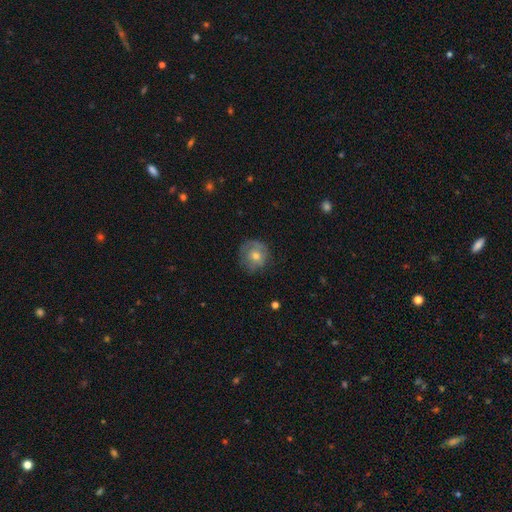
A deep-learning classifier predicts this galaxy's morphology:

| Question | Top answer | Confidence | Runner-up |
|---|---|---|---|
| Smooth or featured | smooth | 60% | featured or disk (32%) |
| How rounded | round | 87% | in between (12%) |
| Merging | none | 69% | minor disturbance (22%) |